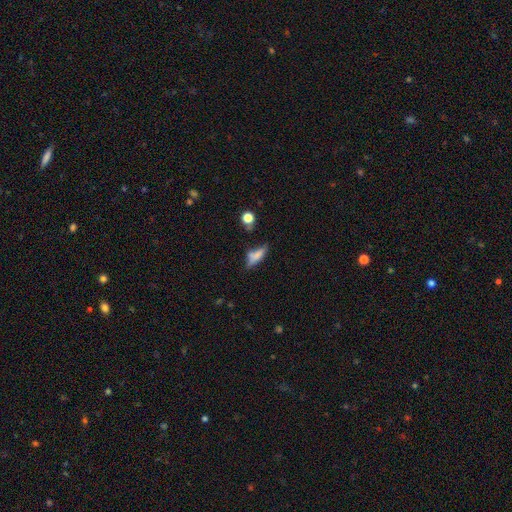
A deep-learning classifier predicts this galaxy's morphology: The model was most divided on "how rounded": cigar-shaped: 51%, in between: 45%, round: 4%. Remaining: smooth or featured — smooth (67%); merging — none (46%).